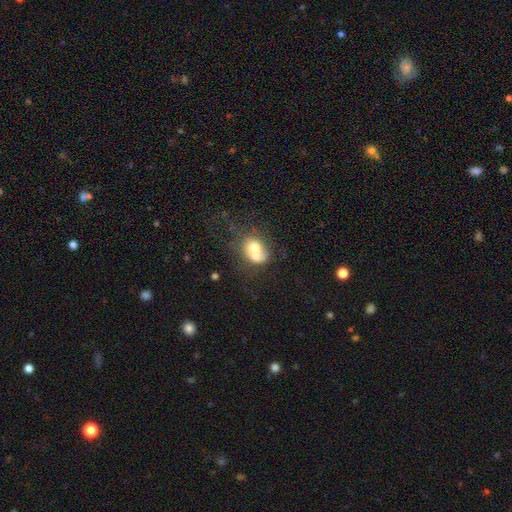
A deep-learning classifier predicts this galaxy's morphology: This appears to be a smooth galaxy with no disk features (61%) that is round (55%). Merging: merger (61%).